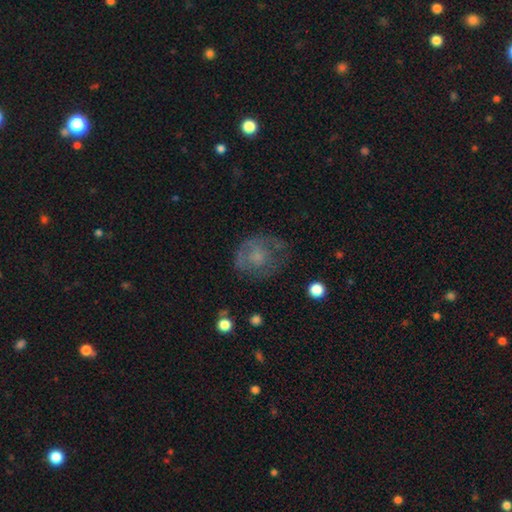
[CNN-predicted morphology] smooth_or_featured: smooth (p=0.46) [alt: featured or disk p=0.42]
merging: none (p=0.54) [alt: minor disturbance p=0.23]